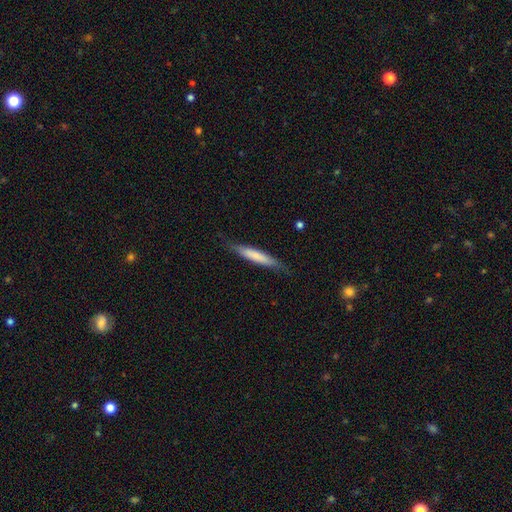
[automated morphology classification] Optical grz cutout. It shows a smooth galaxy with no disk features (69%) that is cigar-shaped (91%). Merging: none (81%).